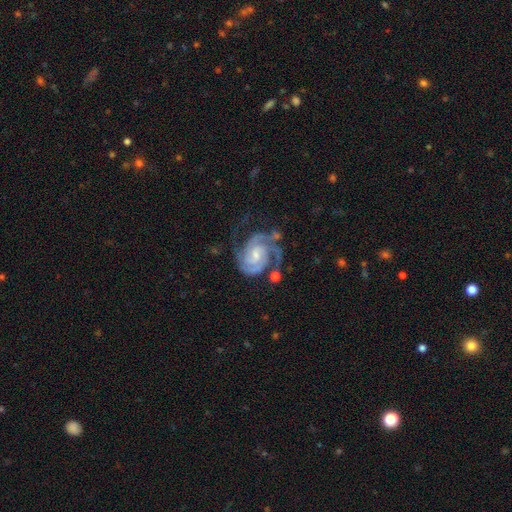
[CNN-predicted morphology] smooth-or-featured: featured or disk: 91% | smooth: 4% | star or artifact: 4%
  disk-edge-on: no: 98% | yes: 2%
    bar: no: 46% | weak: 43% | strong: 11%
    has-spiral-arms: yes: 98% | no: 2%
      spiral-winding: tight: 60% | medium: 35% | loose: 5%
      spiral-arm-count: 2: 45% | 3: 32% | can't tell: 9% | 4: 6% | 1: 4% | more than 4: 4%
    bulge-size: small: 50% | moderate: 40% | none: 6% | large: 3% | dominant: 1%
  merging: none: 57% | minor disturbance: 22% | major disturbance: 16% | merger: 5%